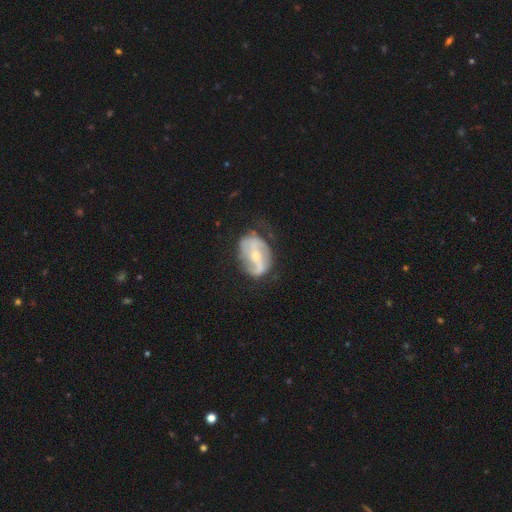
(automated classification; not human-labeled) A featured or disk galaxy (78%) with a strong bar (43%), 2 (75%) loose (44%) spiral arms (79%) and a small central bulge (54%).

Vote fractions:
- Smooth or featured? featured or disk: 78% / smooth: 16% / star or artifact: 6%
- Edge-on disk? no: 96% / yes: 4%
- Bar? strong: 43% / weak: 32% / no: 25%
- Spiral arms? yes: 79% / no: 21%
- Spiral winding? loose: 44% / medium: 36% / tight: 20%
- Spiral arm count? 2: 75% / can't tell: 14% / 1: 5% / 3: 4% / 4: 1% / more than 4: 1%
- Bulge size? small: 54% / moderate: 42% / large: 1% / none: 1% / dominant: 1%
- Merging? none: 55% / minor disturbance: 27% / major disturbance: 16% / merger: 2%